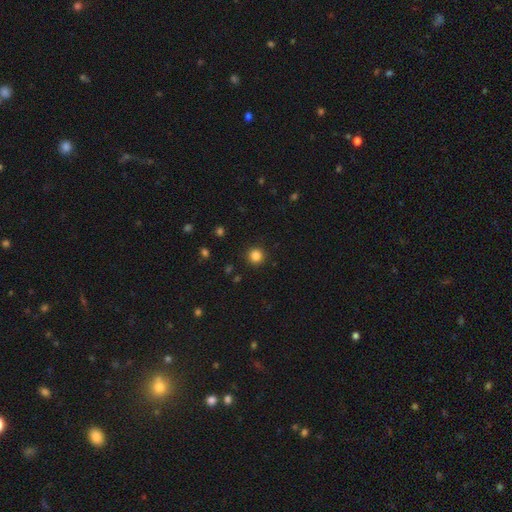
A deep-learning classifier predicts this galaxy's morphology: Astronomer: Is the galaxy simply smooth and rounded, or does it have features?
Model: smooth — 84%.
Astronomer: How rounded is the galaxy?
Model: round — 95%.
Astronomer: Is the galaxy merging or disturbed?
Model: none — 92%.